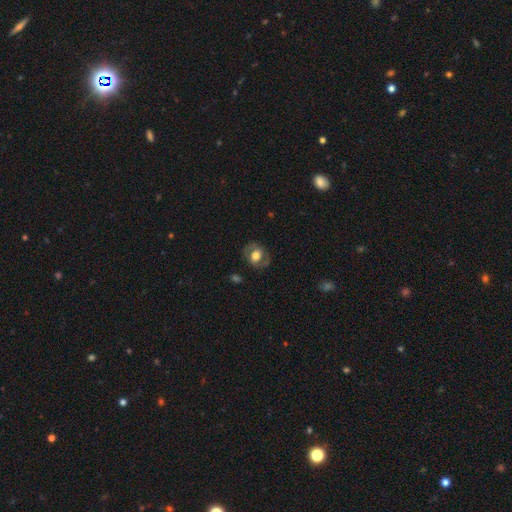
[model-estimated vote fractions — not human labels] Smooth or featured: featured or disk — 51% (smooth — 41%)
Edge-on disk: no — 95% (yes — 5%)
Merging: none — 77% (minor disturbance — 15%)